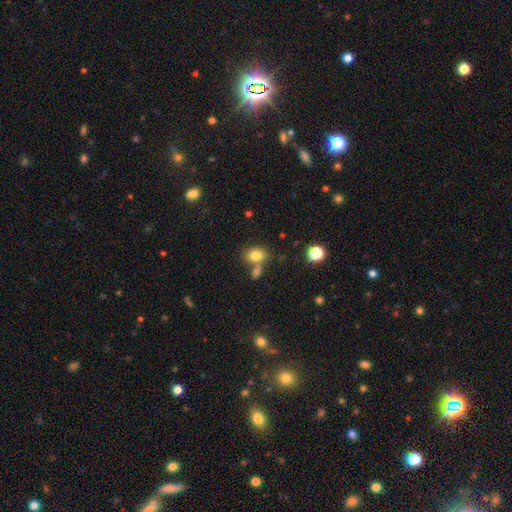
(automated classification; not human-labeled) This is likely a smooth galaxy (79%). How rounded: likely in between (61%). Merging: possibly none (55%).